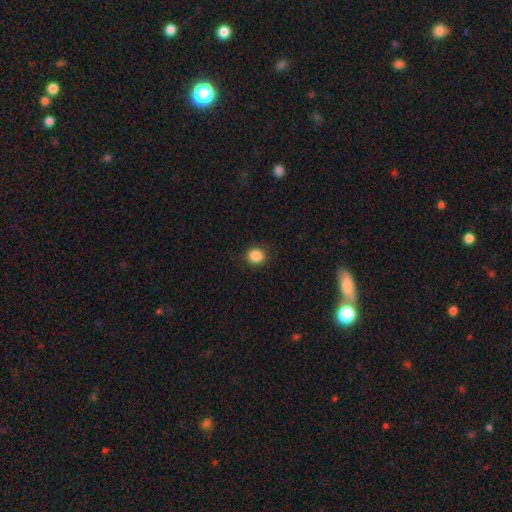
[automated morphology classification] Smooth or featured: smooth — 88% (star or artifact — 10%)
How rounded: round — 84% (in between — 15%)
Merging: none — 89% (minor disturbance — 7%)